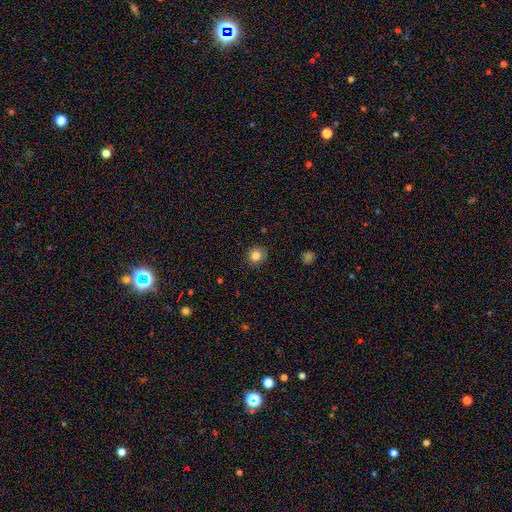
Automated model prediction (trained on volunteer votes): The model was most divided on "smooth or featured": smooth: 84%, star or artifact: 11%, featured or disk: 5%. More confident: how rounded — round (89%); merging — none (88%).